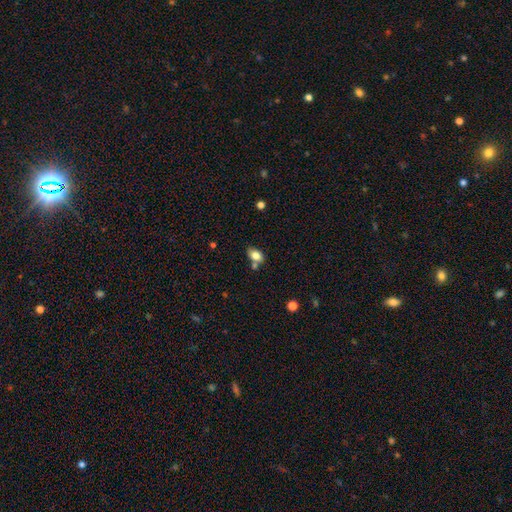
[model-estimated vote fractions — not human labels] Smooth or featured? smooth (79%)
How rounded? in between (84%)
Merging? none (58%)